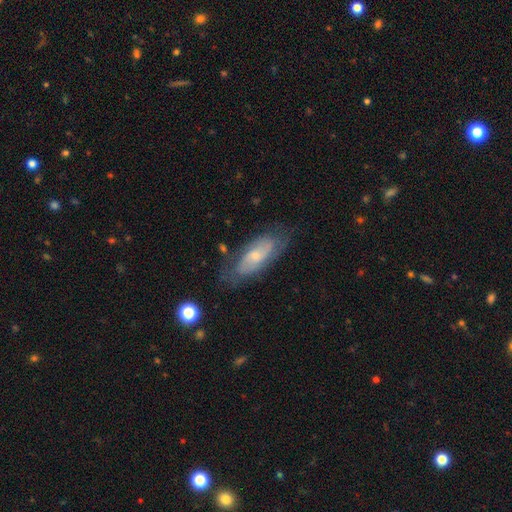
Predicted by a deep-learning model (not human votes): The model was most divided on "smooth or featured": featured or disk: 58%, smooth: 35%, star or artifact: 7%. More confident: edge-on disk — no (86%); merging — none (69%).